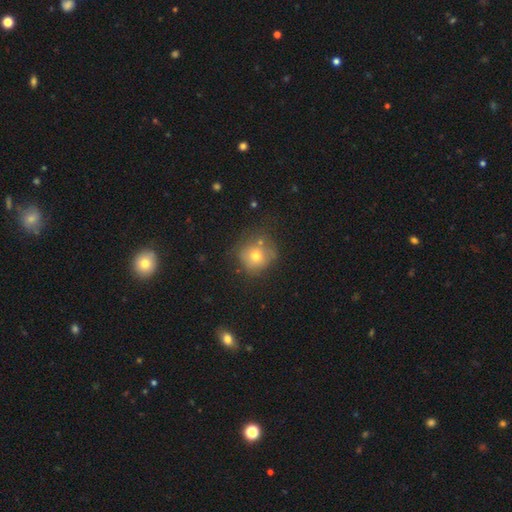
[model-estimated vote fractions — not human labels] The model was most divided on "merging": none: 62%, minor disturbance: 21%, merger: 9%, major disturbance: 8%. More confident: how rounded — round (87%); smooth or featured — smooth (69%).